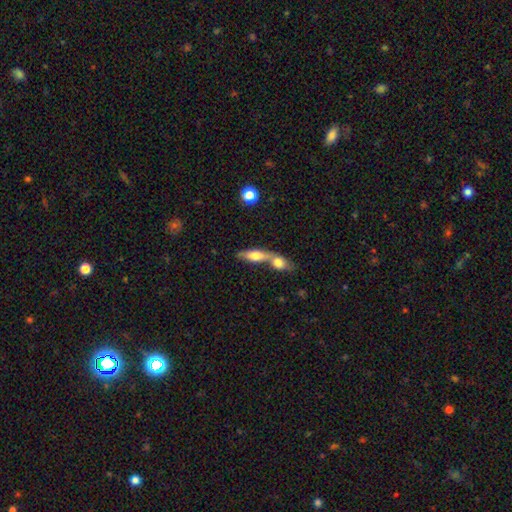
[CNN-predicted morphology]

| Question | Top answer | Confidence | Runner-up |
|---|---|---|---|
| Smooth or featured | smooth | 59% | featured or disk (34%) |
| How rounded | in between | 53% | cigar-shaped (42%) |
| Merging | merger | 61% | none (29%) |